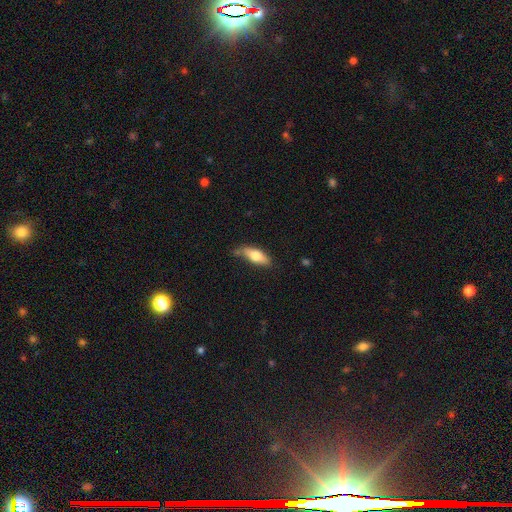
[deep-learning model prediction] This is likely a smooth galaxy (65%). How rounded: likely in between (63%). Merging: likely none (69%).